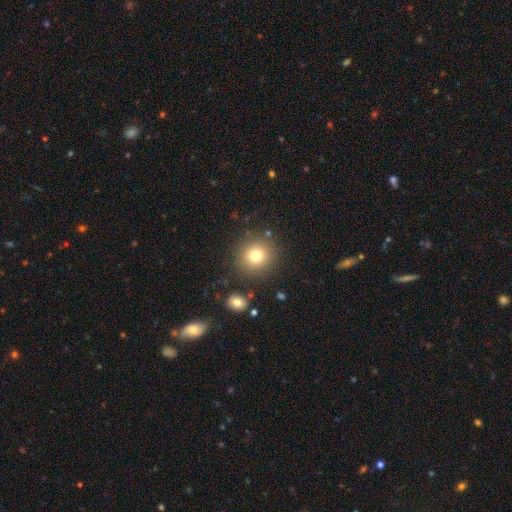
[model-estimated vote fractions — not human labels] This appears to be a smooth galaxy with no disk features (77%) that is round (91%). Merging: none (86%).